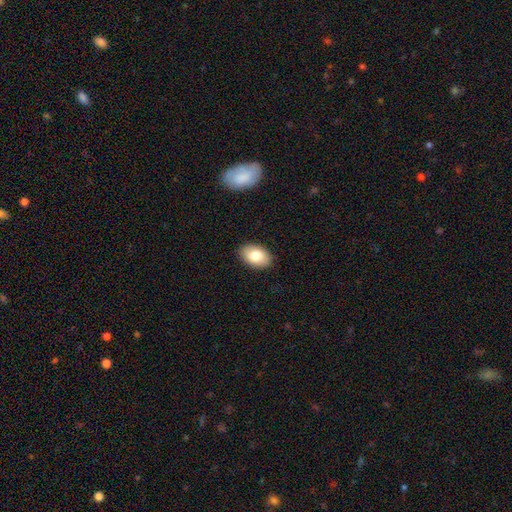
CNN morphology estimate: smooth 82%, featured or disk 11%, star or artifact 7%. Down the decision tree: how rounded — in between (89%); merging — none (89%).